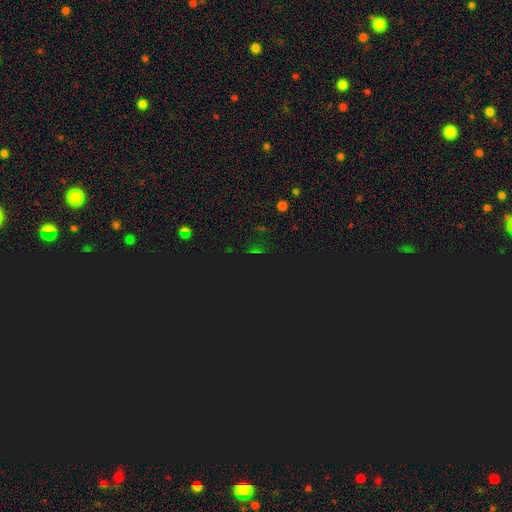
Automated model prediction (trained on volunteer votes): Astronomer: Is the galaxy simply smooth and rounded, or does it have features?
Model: star or artifact — 76%.